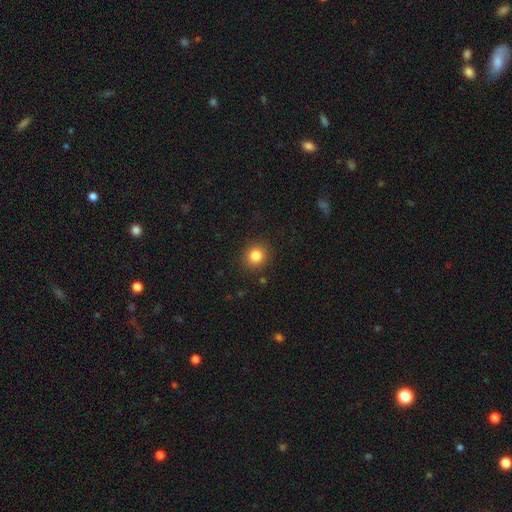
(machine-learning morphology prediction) Q: Smooth or featured?
A: smooth (83%); runner-up: star or artifact (11%)
Q: How rounded?
A: round (88%); runner-up: in between (11%)
Q: Merging?
A: none (90%); runner-up: minor disturbance (6%)